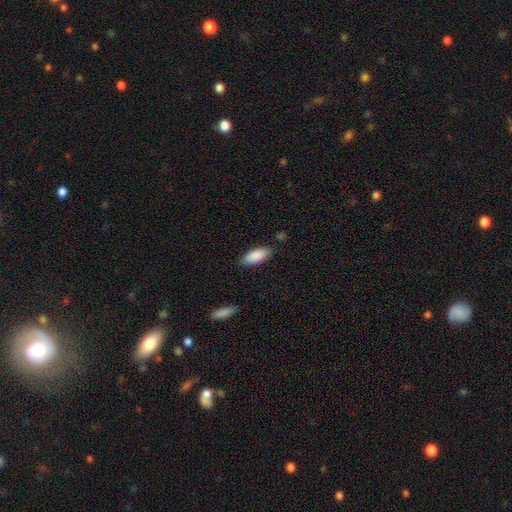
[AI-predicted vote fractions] This appears to be a smooth galaxy with no disk features (88%) that is in between round and cigar-shaped (84%). Merging: none (83%).